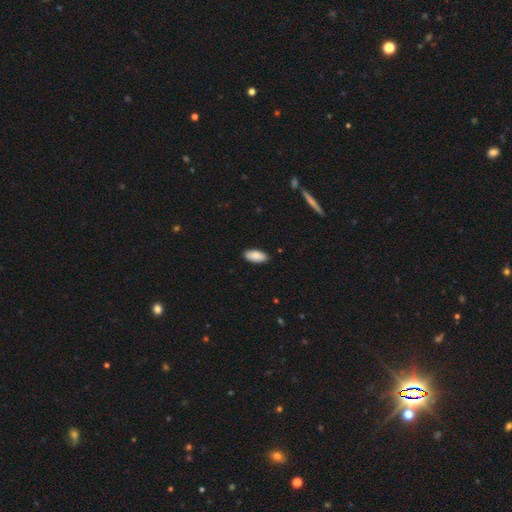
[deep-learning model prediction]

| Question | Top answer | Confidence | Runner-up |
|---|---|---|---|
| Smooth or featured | smooth | 88% | featured or disk (6%) |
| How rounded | in between | 91% | cigar-shaped (7%) |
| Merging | none | 88% | minor disturbance (9%) |